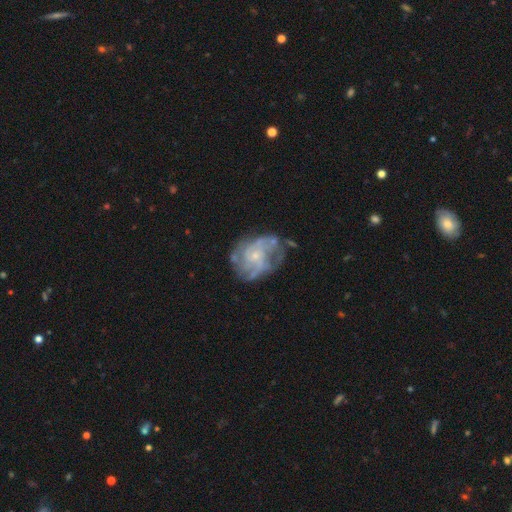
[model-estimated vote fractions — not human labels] Smooth or featured: featured or disk — 80% (smooth — 12%)
Edge-on disk: no — 98% (yes — 2%)
Bar: no — 70% (weak — 26%)
Spiral arms: yes — 83% (no — 17%)
Spiral winding: medium — 44% (tight — 36%)
Spiral arm count: can't tell — 35% (3 — 21%)
Bulge size: small — 72% (moderate — 19%)
Merging: none — 55% (minor disturbance — 23%)